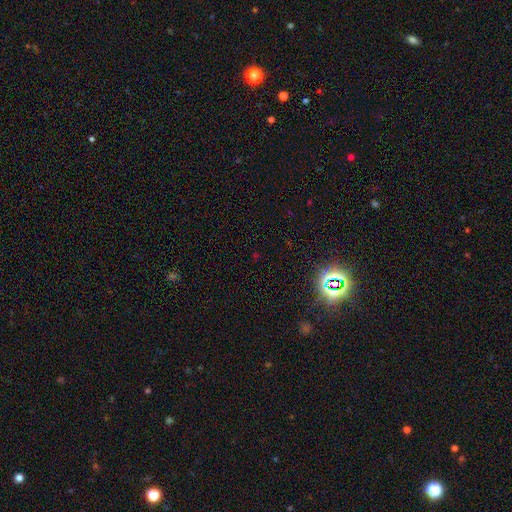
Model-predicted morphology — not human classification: Smooth or featured?
  - star or artifact: 72% *
  - smooth: 21%
  - featured or disk: 8%